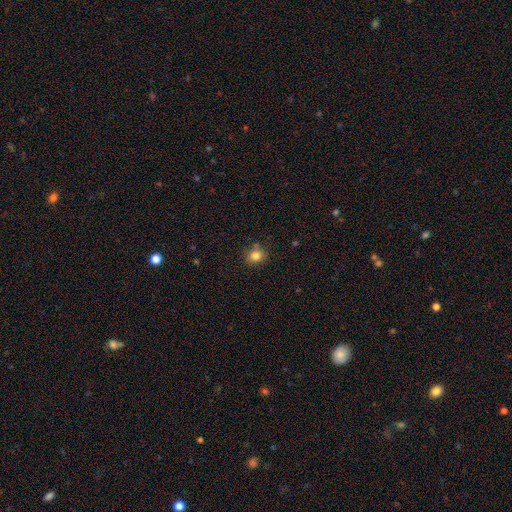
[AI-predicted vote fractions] Smooth or featured?
  - smooth: 82% *
  - star or artifact: 12%
  - featured or disk: 6%
How rounded?
  - round: 65% *
  - in between: 34%
  - cigar-shaped: 1%
Merging?
  - none: 78% *
  - minor disturbance: 13%
  - merger: 5%
  - major disturbance: 3%